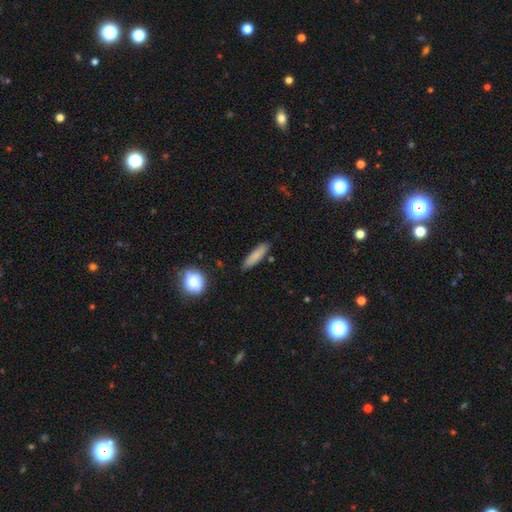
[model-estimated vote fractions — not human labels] Smooth or featured? smooth (82%)
How rounded? cigar-shaped (76%)
Merging? none (85%)